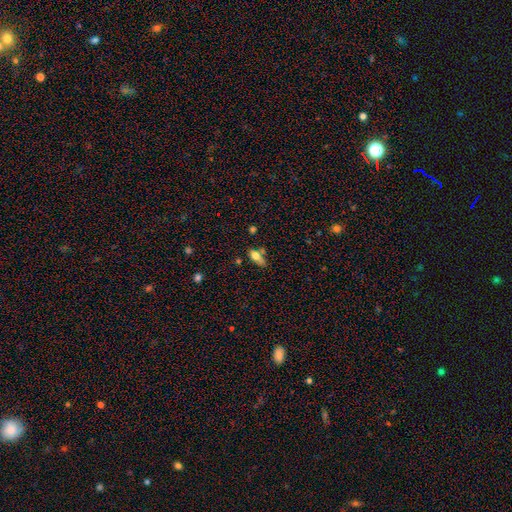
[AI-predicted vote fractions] Morphology: type=smooth (69%); roundness=in between (79%); merging=none (49%).